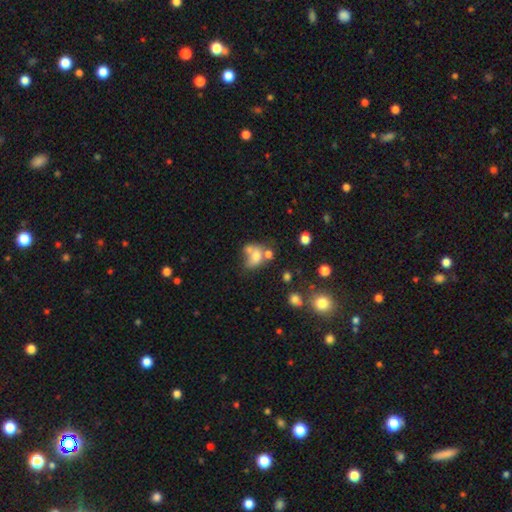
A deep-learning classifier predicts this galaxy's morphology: smooth_or_featured: smooth (p=0.64) [alt: featured or disk p=0.23]
how_rounded: in between (p=0.59) [alt: round p=0.40]
merging: merger (p=0.46) [alt: none p=0.26]